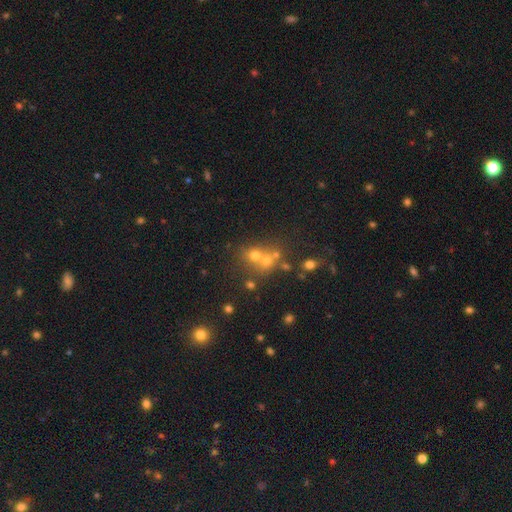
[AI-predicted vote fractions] Morphology: type=smooth (45%); merging=merger (44%).